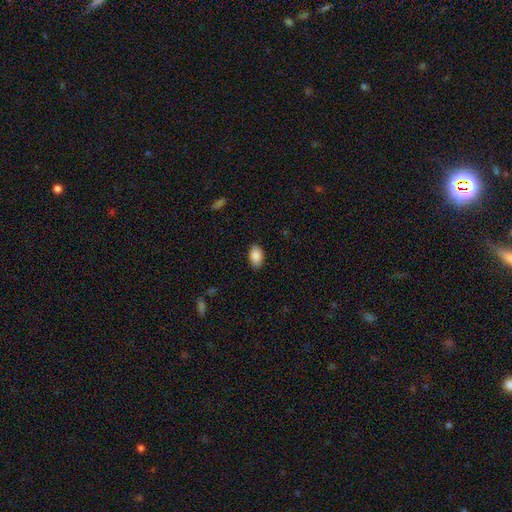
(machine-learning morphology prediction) A smooth galaxy with no disk features (88%) that is in between round and cigar-shaped (92%).

Vote fractions:
- Smooth or featured? smooth: 88% / star or artifact: 7% / featured or disk: 5%
- How rounded? in between: 92% / round: 6% / cigar-shaped: 1%
- Merging? none: 88% / minor disturbance: 9% / major disturbance: 2% / merger: 1%